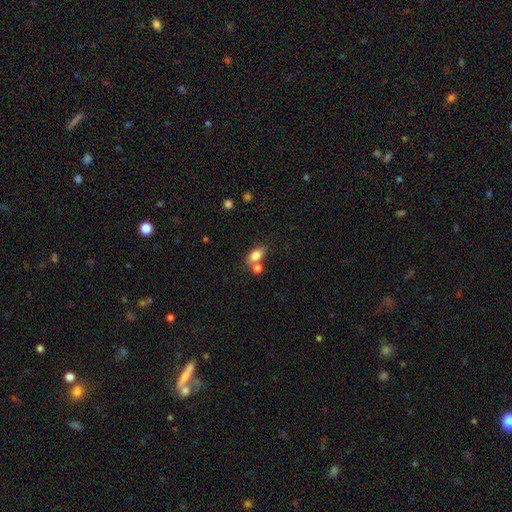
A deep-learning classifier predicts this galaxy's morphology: Q: Smooth or featured?
A: smooth (80%); runner-up: featured or disk (11%)
Q: How rounded?
A: in between (81%); runner-up: round (16%)
Q: Merging?
A: none (54%); runner-up: merger (29%)